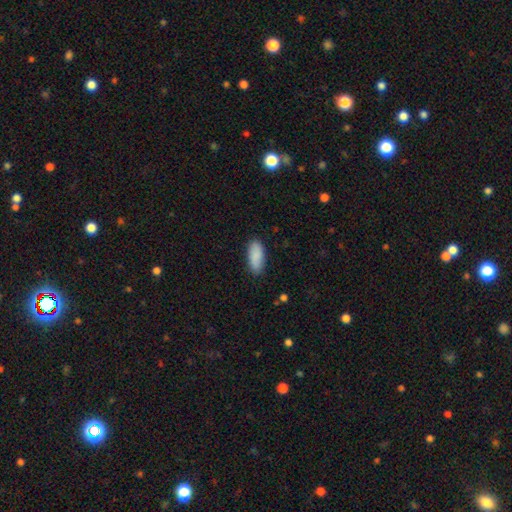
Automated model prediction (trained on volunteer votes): This is clearly a smooth galaxy (90%). How rounded: clearly in between (83%). Merging: clearly none (86%).